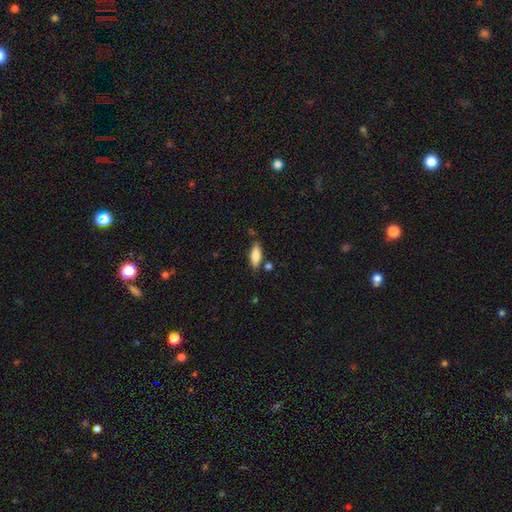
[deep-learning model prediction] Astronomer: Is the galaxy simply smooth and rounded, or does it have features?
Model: smooth — 75%.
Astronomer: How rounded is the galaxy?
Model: in between — 61% (runner-up: cigar-shaped, 37%).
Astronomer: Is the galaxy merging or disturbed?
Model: none — 76%.